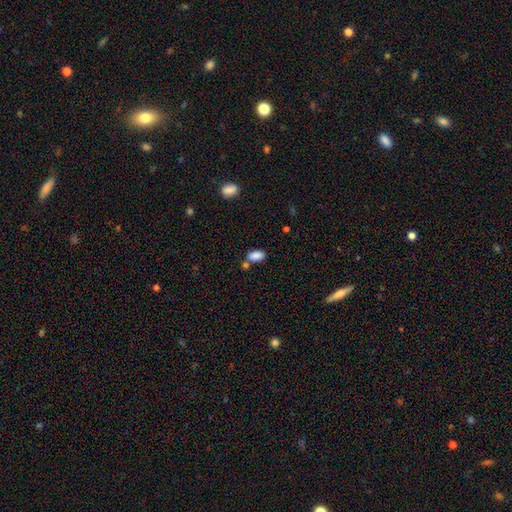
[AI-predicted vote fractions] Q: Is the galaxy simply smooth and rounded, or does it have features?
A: smooth — 87%.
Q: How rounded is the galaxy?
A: in between — 92%.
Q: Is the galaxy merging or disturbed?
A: none — 61%.